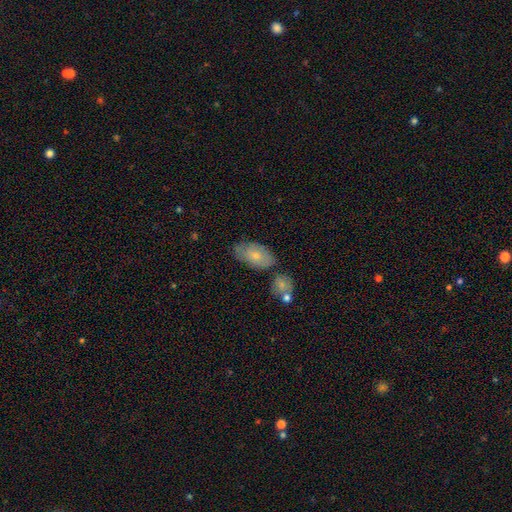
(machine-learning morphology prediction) Q: Smooth or featured?
A: smooth (64%); runner-up: featured or disk (30%)
Q: How rounded?
A: in between (91%); runner-up: round (6%)
Q: Merging?
A: none (59%); runner-up: minor disturbance (24%)